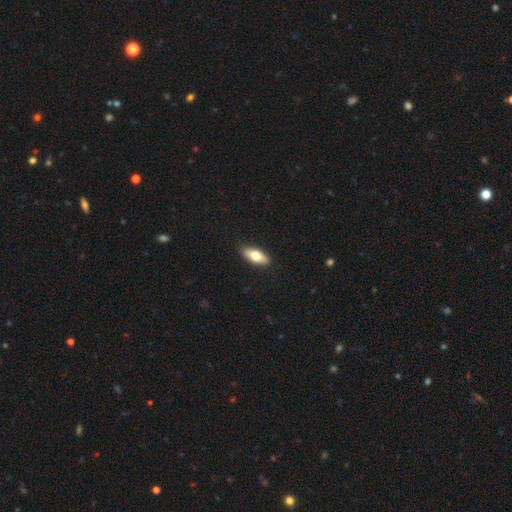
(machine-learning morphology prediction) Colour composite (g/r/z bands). It shows a smooth galaxy with no disk features (72%) that is in between round and cigar-shaped (76%). Merging: none (89%).